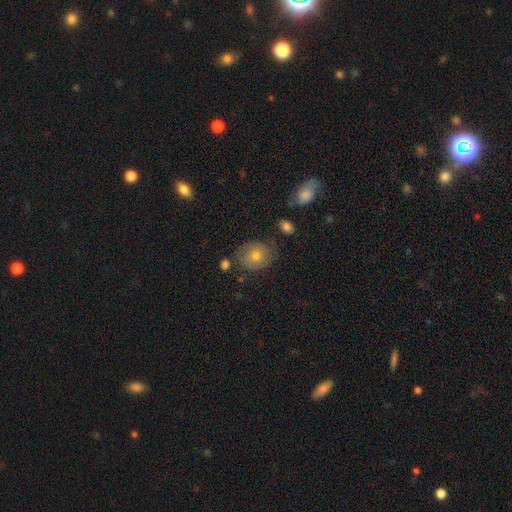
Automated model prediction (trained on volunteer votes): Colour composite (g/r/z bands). It shows a smooth galaxy with no disk features (64%) that is round (64%). Merging: none (77%).